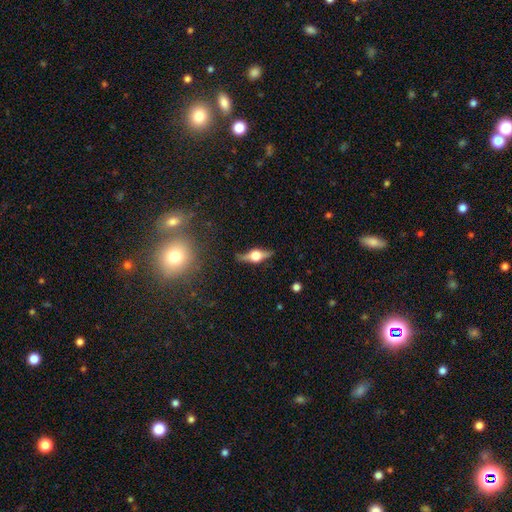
Smooth or featured?
  - featured or disk: 71% *
  - smooth: 24%
  - star or artifact: 5%
Edge-on disk?
  - yes: 96% *
  - no: 4%
Edge-on bulge?
  - rounded: 96% *
  - boxy: 4%
  - none: 0%
Merging?
  - none: 83% *
  - minor disturbance: 17%
  - major disturbance: 0%
  - merger: 0%